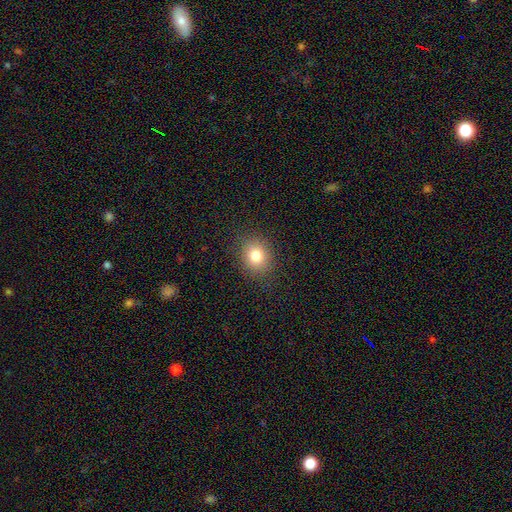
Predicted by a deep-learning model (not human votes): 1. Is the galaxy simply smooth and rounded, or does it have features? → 80% smooth, 12% star or artifact, 8% featured or disk.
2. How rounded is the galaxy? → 65% round, 34% in between, 1% cigar-shaped.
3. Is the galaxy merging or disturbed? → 87% none, 9% minor disturbance, 3% major disturbance, 1% merger.